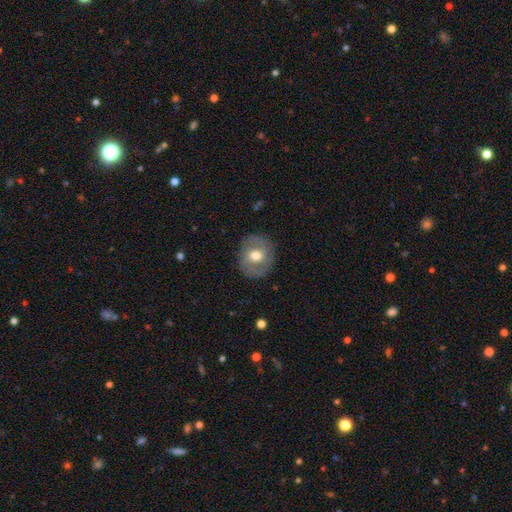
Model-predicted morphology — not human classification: Q: Smooth or featured?
A: smooth (51%); runner-up: featured or disk (42%)
Q: How rounded?
A: round (73%); runner-up: in between (26%)
Q: Merging?
A: none (84%); runner-up: minor disturbance (11%)